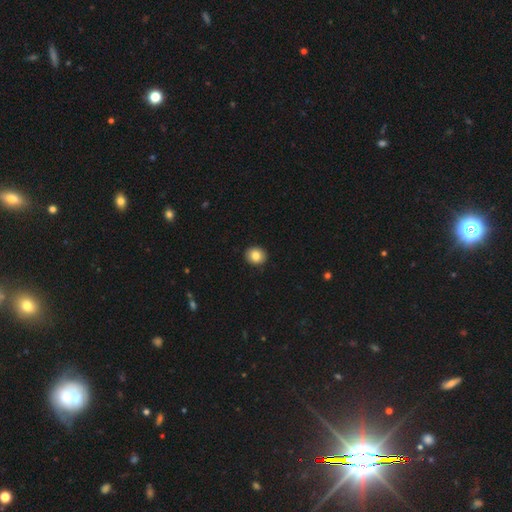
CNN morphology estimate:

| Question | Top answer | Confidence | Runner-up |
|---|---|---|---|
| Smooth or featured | smooth | 84% | star or artifact (9%) |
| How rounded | round | 81% | in between (18%) |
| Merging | none | 92% | minor disturbance (5%) |